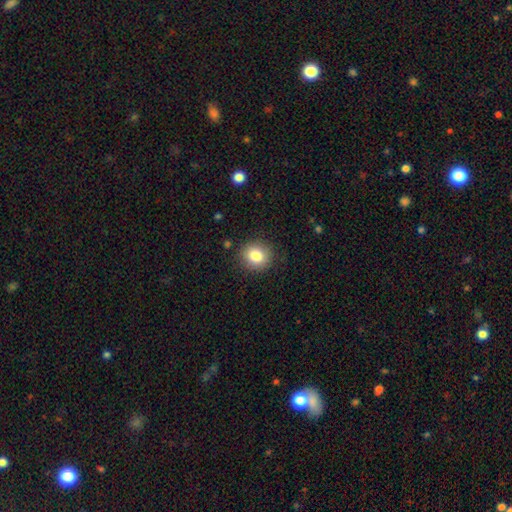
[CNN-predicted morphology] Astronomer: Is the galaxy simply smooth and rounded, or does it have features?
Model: smooth — 82%.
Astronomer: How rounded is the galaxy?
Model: round — 80%.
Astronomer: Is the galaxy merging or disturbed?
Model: none — 88%.